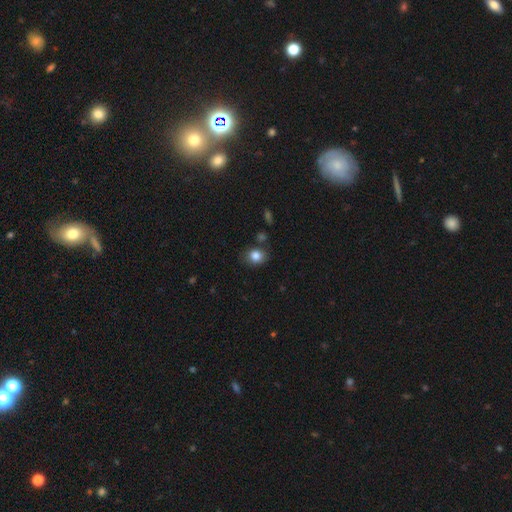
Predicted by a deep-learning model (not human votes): This is clearly a smooth galaxy (83%). How rounded: possibly round (57%). Merging: likely none (79%).